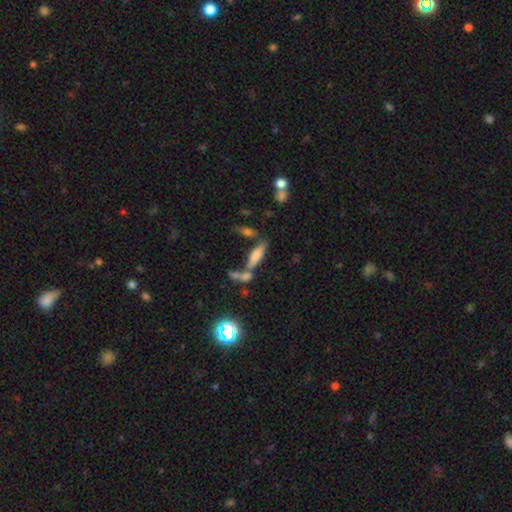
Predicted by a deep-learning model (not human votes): This appears to be a smooth galaxy with no disk features (63%) that is cigar-shaped (54%). Merging: none (49%).